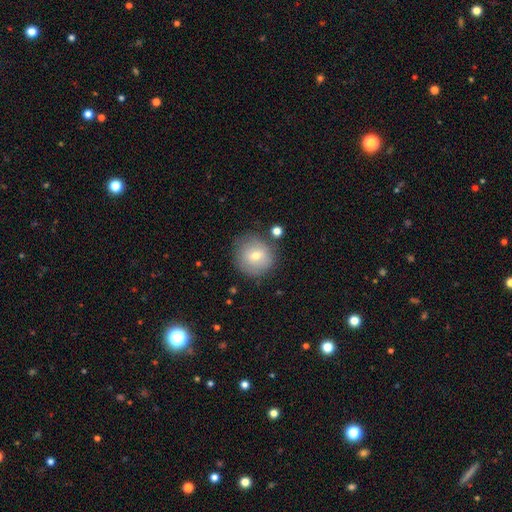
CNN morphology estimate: A smooth galaxy with no disk features (65%) that is round (90%).

Vote fractions:
- Smooth or featured? smooth: 65% / featured or disk: 26% / star or artifact: 9%
- How rounded? round: 90% / in between: 9% / cigar-shaped: 1%
- Merging? none: 76% / minor disturbance: 16% / major disturbance: 5% / merger: 4%